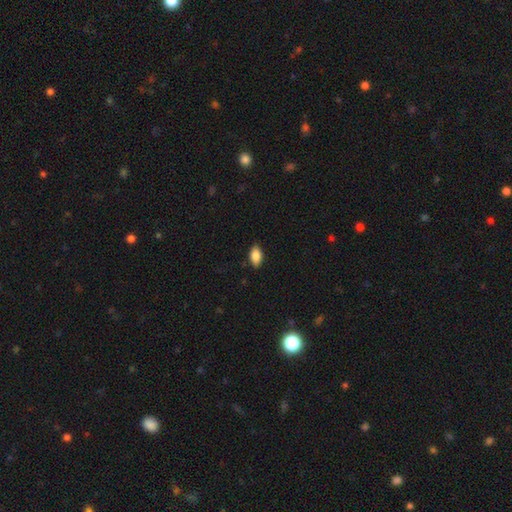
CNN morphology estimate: Overall: smooth (85%). How rounded: in between (92%). Merging: none (86%).